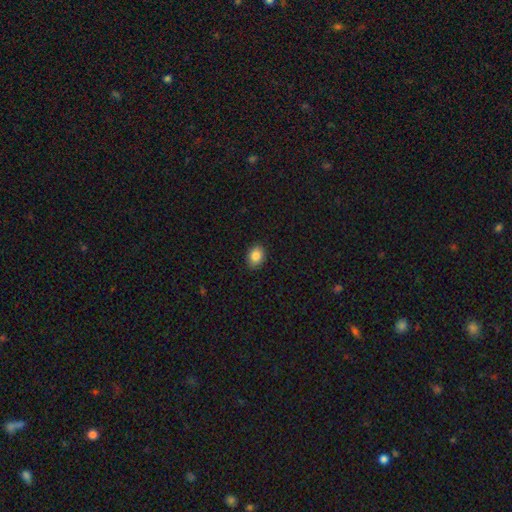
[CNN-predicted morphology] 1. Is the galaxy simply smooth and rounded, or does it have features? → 86% smooth, 9% star or artifact, 6% featured or disk.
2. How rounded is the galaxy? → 66% in between, 33% round, 1% cigar-shaped.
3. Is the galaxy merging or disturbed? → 89% none, 8% minor disturbance, 2% major disturbance, 1% merger.